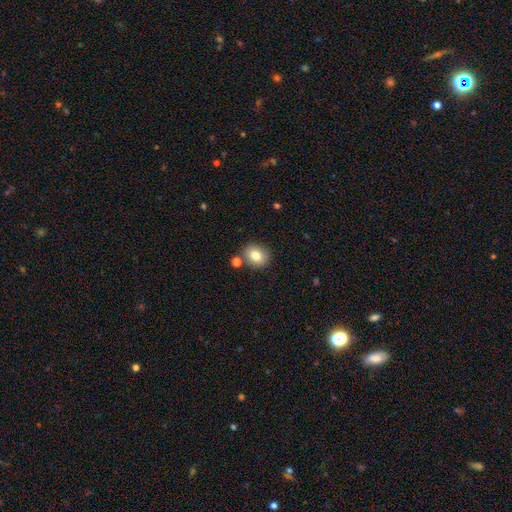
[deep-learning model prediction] smooth_or_featured: smooth (p=0.82) [alt: star or artifact p=0.09]
how_rounded: round (p=0.58) [alt: in between p=0.41]
merging: none (p=0.80) [alt: minor disturbance p=0.10]